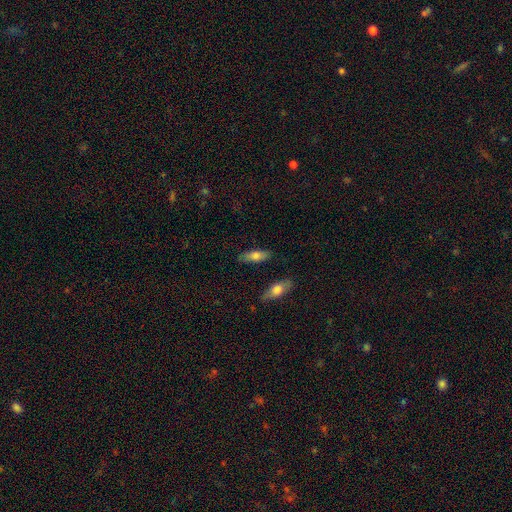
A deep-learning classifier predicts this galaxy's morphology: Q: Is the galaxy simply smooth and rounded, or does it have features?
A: smooth — 69%.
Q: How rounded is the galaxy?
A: in between — 62%.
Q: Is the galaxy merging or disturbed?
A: none — 82%.